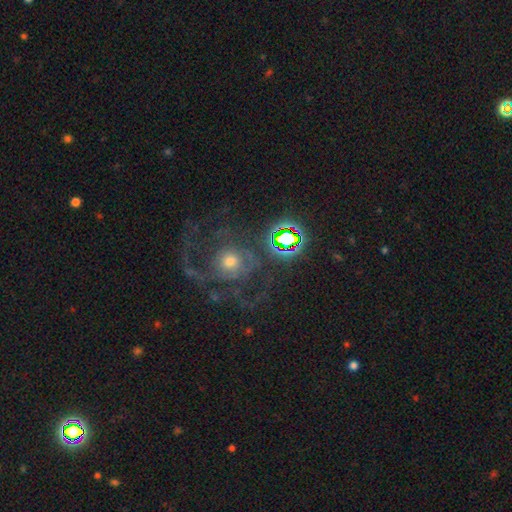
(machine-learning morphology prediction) This is likely a featured or disk galaxy (64%). It is clearly not viewed edge-on (97%). Bar: likely no (79%). Spiral arm pattern: likely yes (76%). Central bulge: possibly moderate (51%). Merging: likely none (61%).